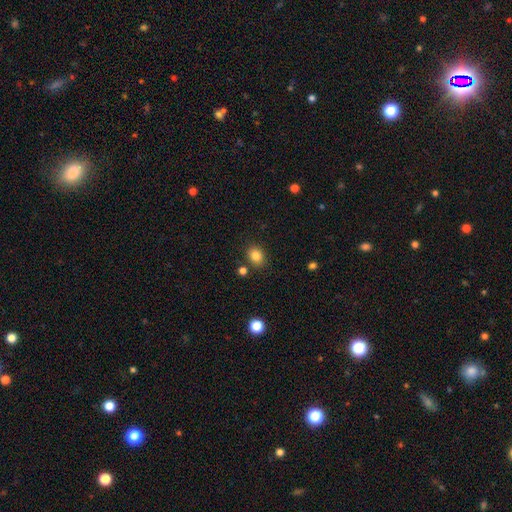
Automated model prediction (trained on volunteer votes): Smooth or featured?
  - smooth: 84% *
  - star or artifact: 11%
  - featured or disk: 5%
How rounded?
  - round: 56% *
  - in between: 43%
  - cigar-shaped: 1%
Merging?
  - none: 82% *
  - minor disturbance: 10%
  - merger: 5%
  - major disturbance: 3%